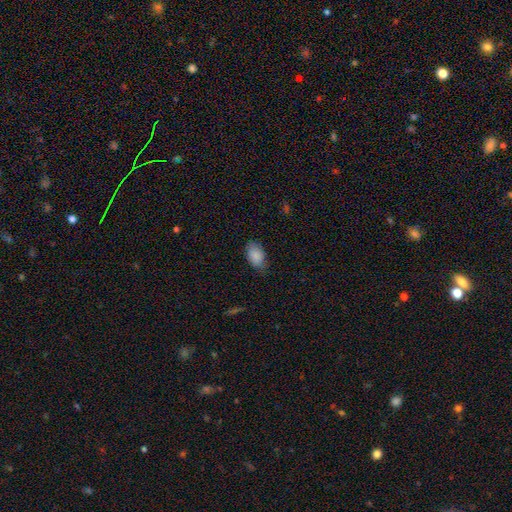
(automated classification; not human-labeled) Smooth or featured?
  - smooth: 88% *
  - star or artifact: 7%
  - featured or disk: 5%
How rounded?
  - in between: 89% *
  - round: 9%
  - cigar-shaped: 1%
Merging?
  - none: 72% *
  - minor disturbance: 23%
  - major disturbance: 4%
  - merger: 1%